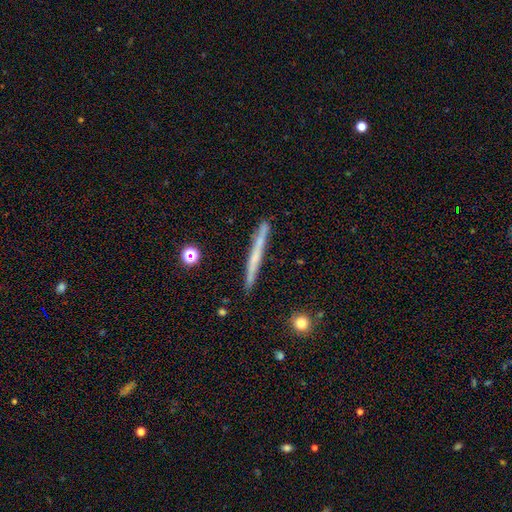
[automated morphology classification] Smooth or featured: featured or disk — 51% (smooth — 41%)
Edge-on disk: yes — 96% (no — 4%)
Merging: none — 86% (minor disturbance — 10%)